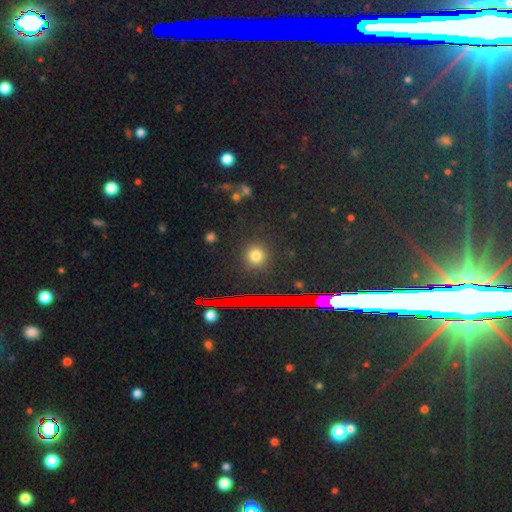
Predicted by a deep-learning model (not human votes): Q: Smooth or featured?
A: smooth (75%); runner-up: star or artifact (19%)
Q: How rounded?
A: round (86%); runner-up: in between (13%)
Q: Merging?
A: none (89%); runner-up: minor disturbance (6%)